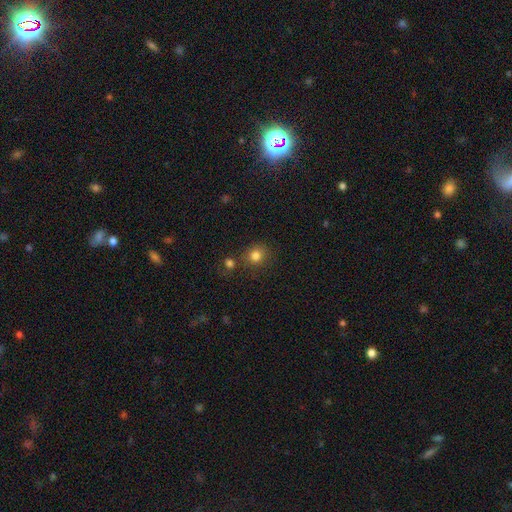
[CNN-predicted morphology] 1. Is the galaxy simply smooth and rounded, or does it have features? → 81% smooth, 13% star or artifact, 6% featured or disk.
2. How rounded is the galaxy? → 86% round, 13% in between, 1% cigar-shaped.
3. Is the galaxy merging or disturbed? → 74% none, 12% merger, 10% minor disturbance, 4% major disturbance.